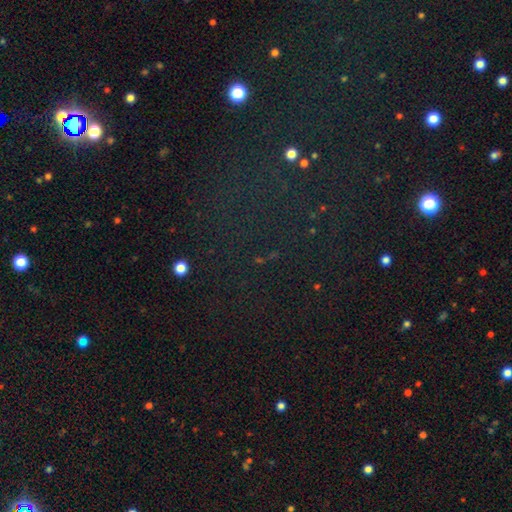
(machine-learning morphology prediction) type=star or artifact (72%).